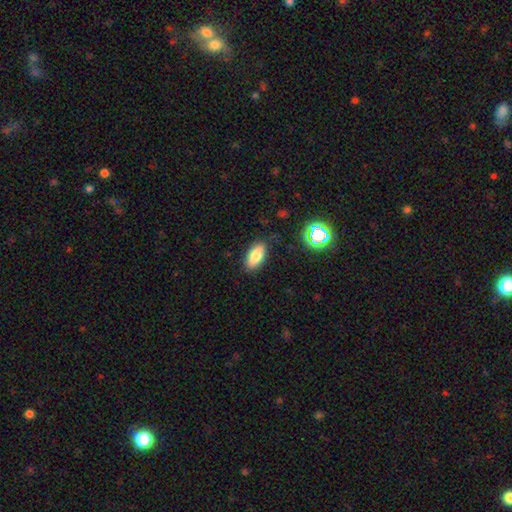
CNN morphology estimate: This is likely a smooth galaxy (80%). How rounded: clearly in between (88%). Merging: clearly none (84%).